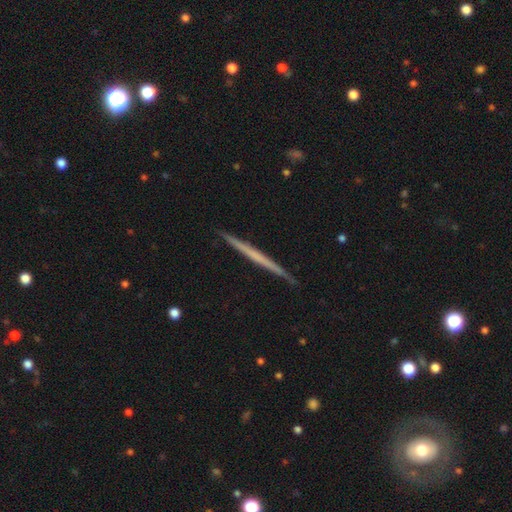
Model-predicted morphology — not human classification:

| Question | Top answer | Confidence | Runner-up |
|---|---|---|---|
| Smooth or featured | featured or disk | 58% | smooth (37%) |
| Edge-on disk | yes | 98% | no (2%) |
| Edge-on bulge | none | 89% | rounded (7%) |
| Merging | none | 91% | minor disturbance (6%) |